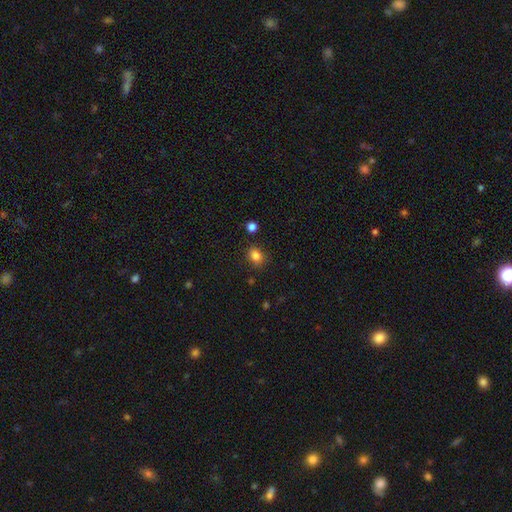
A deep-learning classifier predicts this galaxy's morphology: Smooth or featured? smooth (84%)
How rounded? in between (55%)
Merging? none (82%)